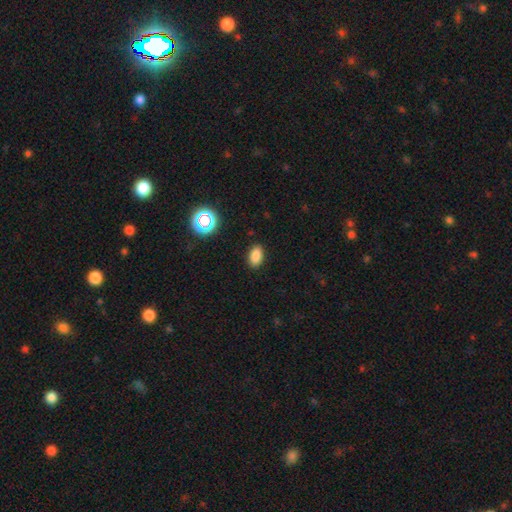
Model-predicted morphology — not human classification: The model was most divided on "smooth or featured": smooth: 83%, star or artifact: 13%, featured or disk: 5%. More confident: how rounded — in between (90%); merging — none (89%).